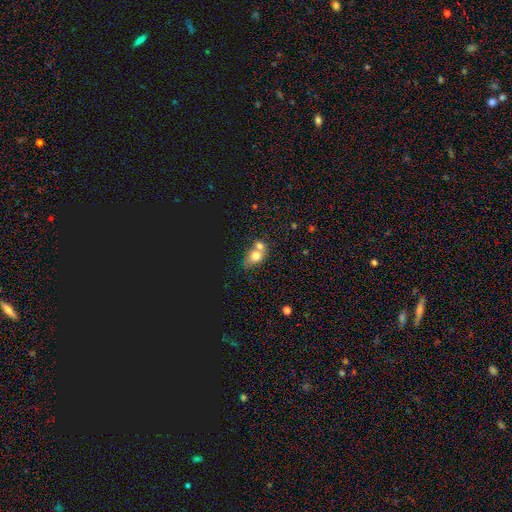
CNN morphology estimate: This appears to be a smooth galaxy with no disk features (70%) that is in between round and cigar-shaped (53%). Merging: merger (62%).